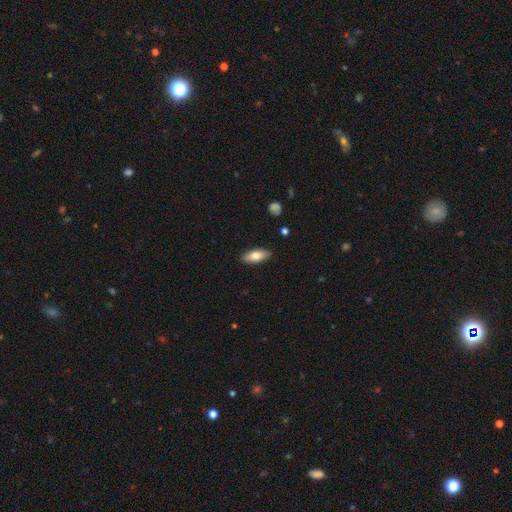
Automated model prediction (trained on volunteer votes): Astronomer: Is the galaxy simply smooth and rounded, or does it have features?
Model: smooth — 78%.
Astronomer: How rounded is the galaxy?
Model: in between — 79%.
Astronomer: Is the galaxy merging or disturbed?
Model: none — 88%.